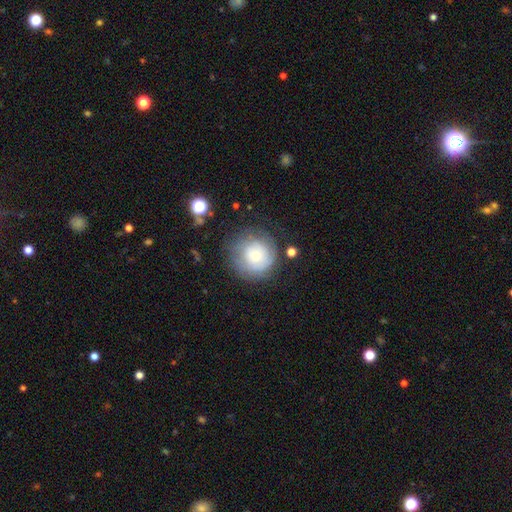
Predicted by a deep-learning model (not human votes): A smooth galaxy with no disk features (55%) that is round (93%).

Vote fractions:
- Smooth or featured? smooth: 55% / featured or disk: 36% / star or artifact: 9%
- How rounded? round: 93% / in between: 6% / cigar-shaped: 1%
- Merging? none: 70% / minor disturbance: 18% / major disturbance: 10% / merger: 2%